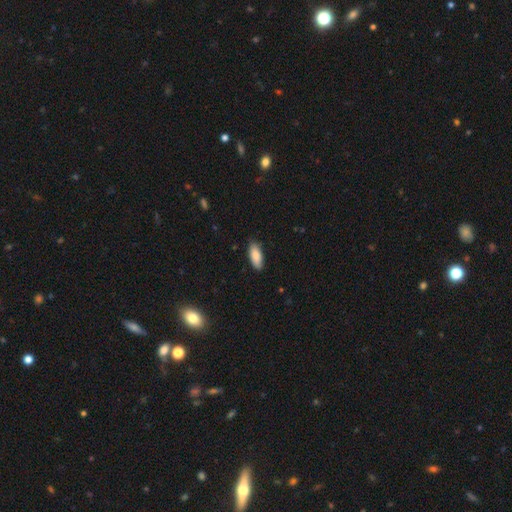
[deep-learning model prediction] Smooth or featured? smooth (87%)
How rounded? in between (80%)
Merging? none (85%)